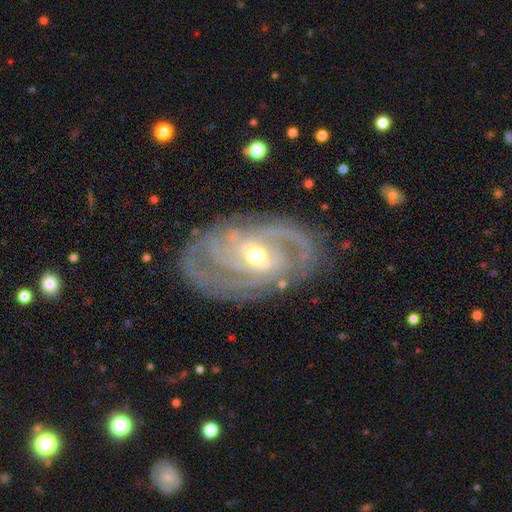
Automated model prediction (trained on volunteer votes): Overall: featured or disk (92%). Edge-on disk: no (96%). Bar: weak (46%; strong 29%). Spiral arms: yes (98%). Spiral arm count: 2 (35%; 3 29%). Spiral winding: tight (58%; medium 35%). Bulge size: moderate (48%, tied with small). Merging: none (77%).